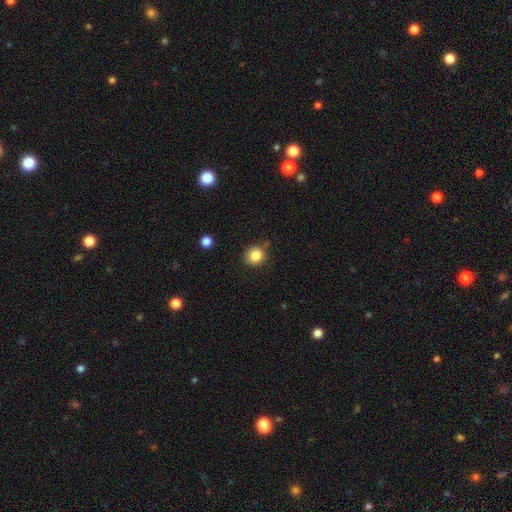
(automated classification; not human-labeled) smooth-or-featured: smooth: 84% | star or artifact: 10% | featured or disk: 5%
  how-rounded: round: 85% | in between: 14% | cigar-shaped: 1%
  merging: none: 83% | minor disturbance: 11% | merger: 3% | major disturbance: 3%